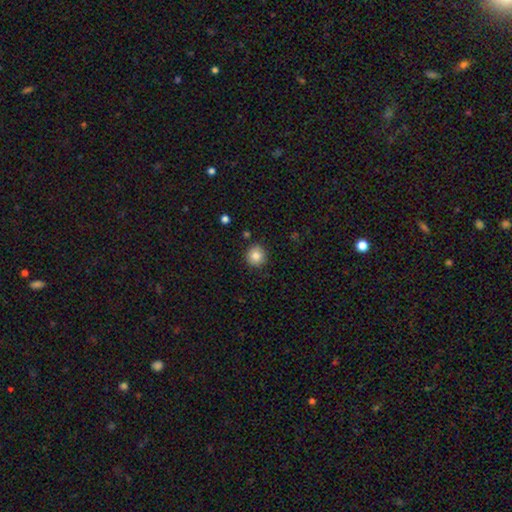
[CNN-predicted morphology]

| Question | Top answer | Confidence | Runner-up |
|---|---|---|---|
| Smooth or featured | smooth | 85% | star or artifact (9%) |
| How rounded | round | 93% | in between (6%) |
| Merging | none | 89% | minor disturbance (7%) |